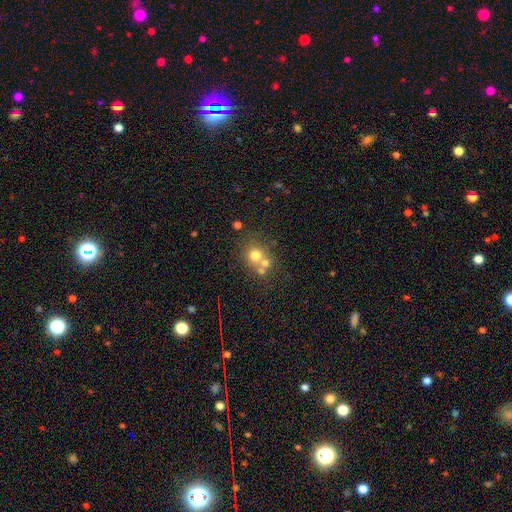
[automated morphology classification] Smooth or featured? smooth (66%)
How rounded? round (82%)
Merging? none (48%)